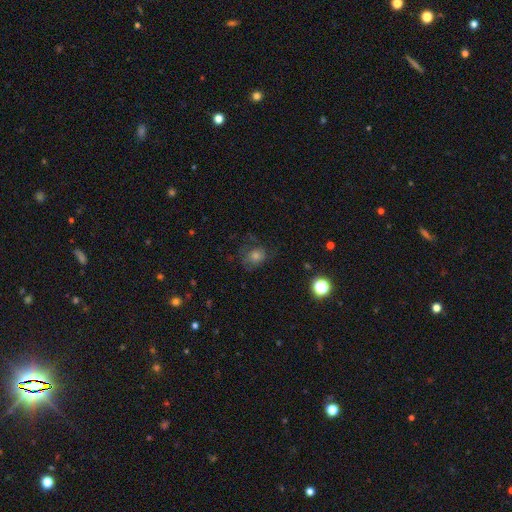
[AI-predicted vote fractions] Q: Smooth or featured?
A: smooth (44%); runner-up: featured or disk (32%)
Q: Merging?
A: none (63%); runner-up: minor disturbance (20%)